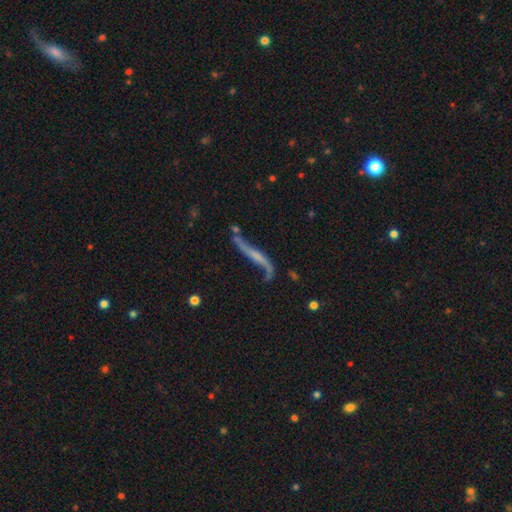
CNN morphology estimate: A featured or disk galaxy (71%).

Vote fractions:
- Smooth or featured? featured or disk: 71% / smooth: 20% / star or artifact: 9%
- Edge-on disk? no: 52% / yes: 48%
- Merging? none: 47% / minor disturbance: 24% / major disturbance: 18% / merger: 12%